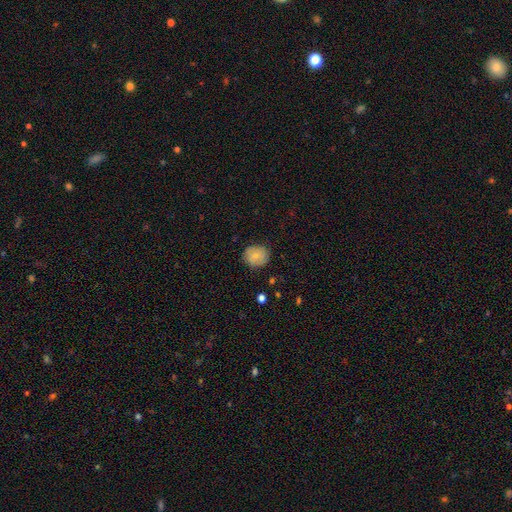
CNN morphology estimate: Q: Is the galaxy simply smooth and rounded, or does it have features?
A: smooth — 75%.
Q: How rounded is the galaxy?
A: round — 80%.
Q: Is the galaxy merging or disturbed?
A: none — 82%.